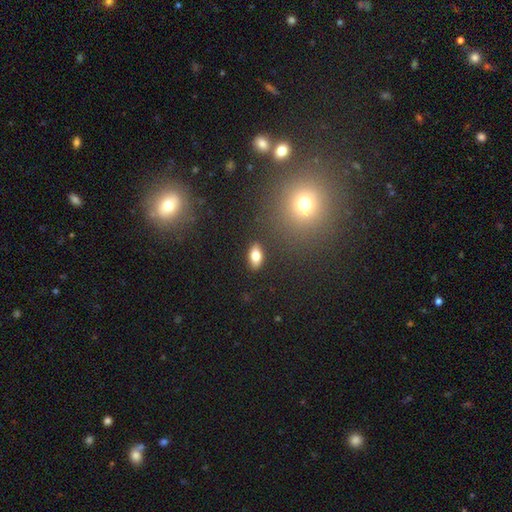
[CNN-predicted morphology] type=smooth (76%); roundness=in between (88%); merging=none (88%).